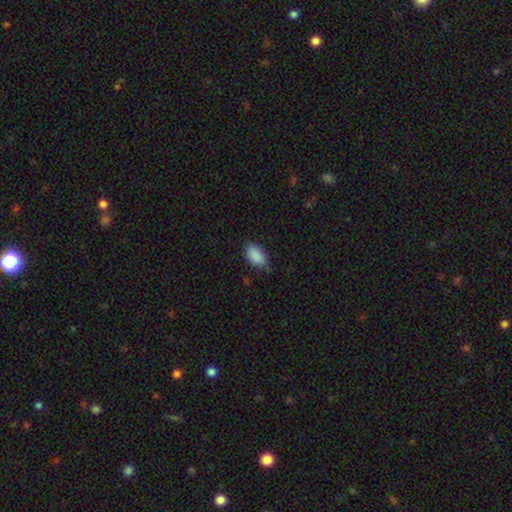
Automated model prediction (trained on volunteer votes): Q: Smooth or featured?
A: smooth (89%); runner-up: star or artifact (7%)
Q: How rounded?
A: in between (93%); runner-up: round (4%)
Q: Merging?
A: none (70%); runner-up: minor disturbance (25%)